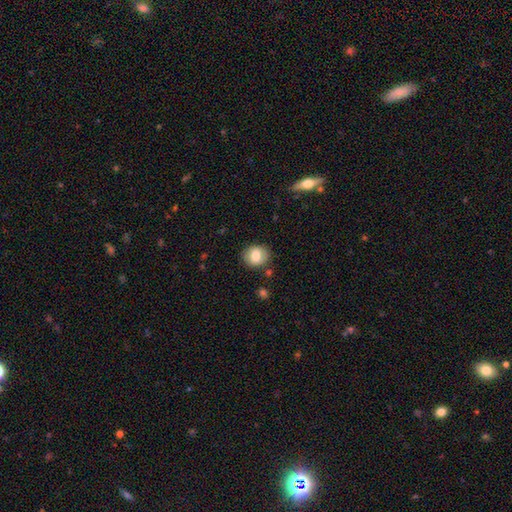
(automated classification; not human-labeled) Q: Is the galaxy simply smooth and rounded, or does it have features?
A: smooth — 79%.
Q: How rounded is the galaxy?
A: round — 71%.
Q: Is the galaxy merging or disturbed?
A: none — 83%.